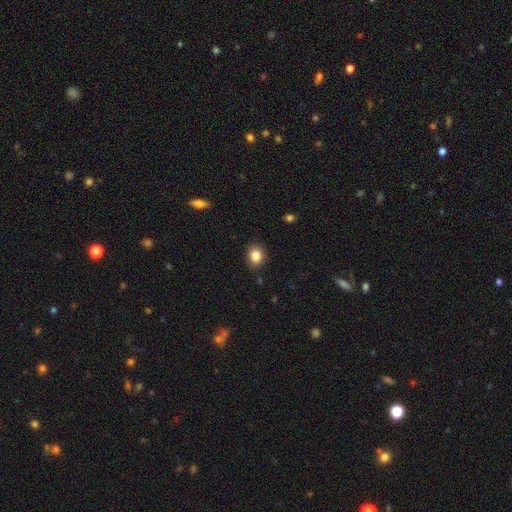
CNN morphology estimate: Overall: smooth (85%). How rounded: in between (55%; round 44%). Merging: none (87%).